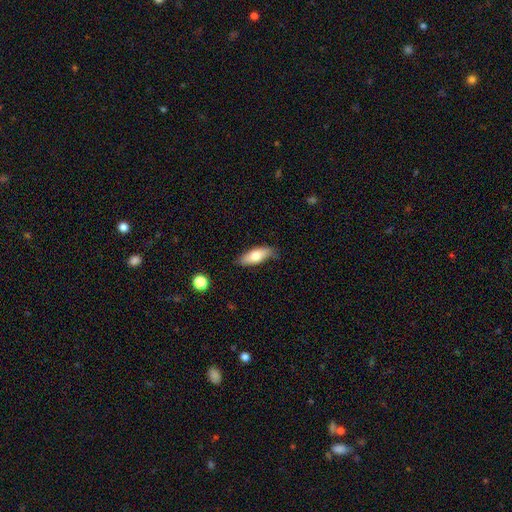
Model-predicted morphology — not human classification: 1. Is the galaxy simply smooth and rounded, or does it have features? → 74% smooth, 19% featured or disk, 6% star or artifact.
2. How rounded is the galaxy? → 72% in between, 26% cigar-shaped, 3% round.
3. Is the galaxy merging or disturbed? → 76% none, 19% minor disturbance, 3% major disturbance, 2% merger.